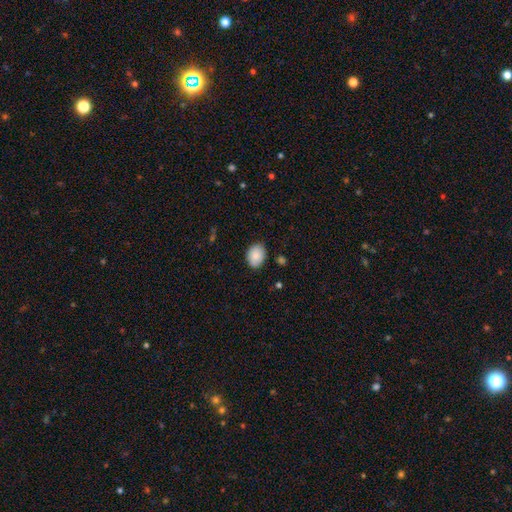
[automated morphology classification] Smooth or featured?
  - smooth: 87% *
  - star or artifact: 7%
  - featured or disk: 6%
How rounded?
  - in between: 68% *
  - round: 31%
  - cigar-shaped: 1%
Merging?
  - none: 84% *
  - minor disturbance: 12%
  - major disturbance: 2%
  - merger: 1%